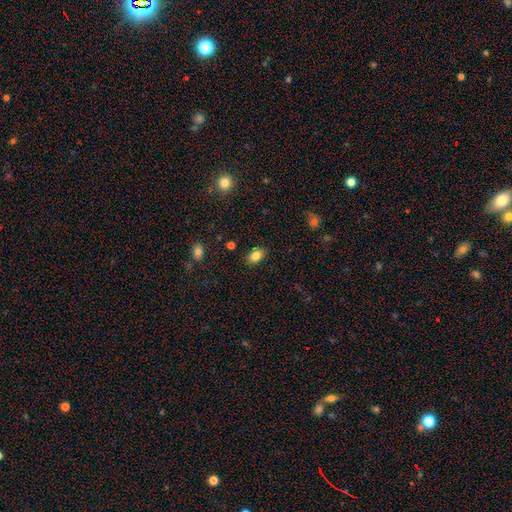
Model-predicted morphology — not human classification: A smooth galaxy with no disk features (82%) that is in between round and cigar-shaped (86%). Merging: none (86%).